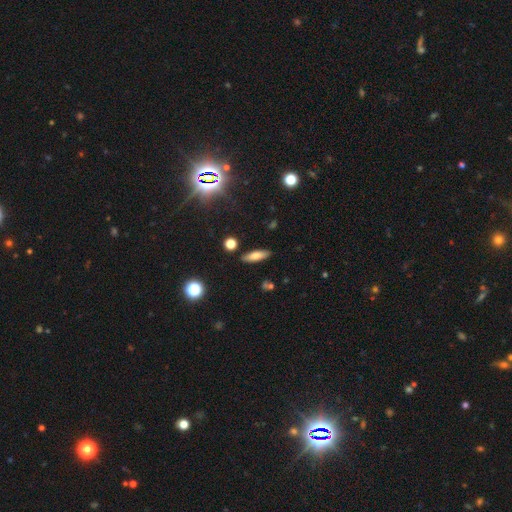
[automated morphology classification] Q: Smooth or featured?
A: smooth (73%); runner-up: featured or disk (17%)
Q: How rounded?
A: cigar-shaped (49%); runner-up: in between (48%)
Q: Merging?
A: none (87%); runner-up: minor disturbance (8%)